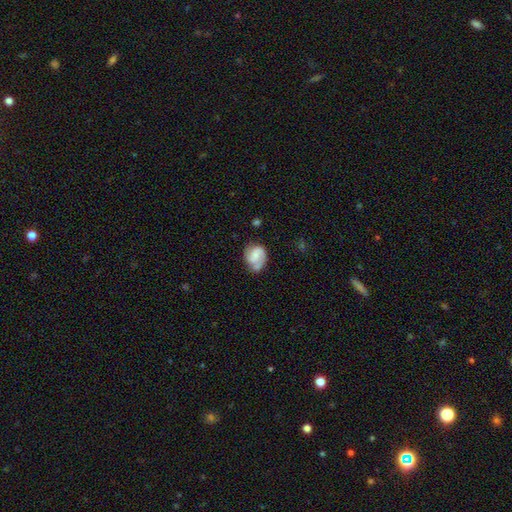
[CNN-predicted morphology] Q: Smooth or featured?
A: featured or disk (63%); runner-up: smooth (30%)
Q: Edge-on disk?
A: no (98%); runner-up: yes (2%)
Q: Bar?
A: weak (44%); runner-up: no (41%)
Q: Spiral arms?
A: yes (91%); runner-up: no (9%)
Q: Spiral winding?
A: medium (43%); runner-up: tight (35%)
Q: Spiral arm count?
A: 2 (65%); runner-up: 1 (23%)
Q: Bulge size?
A: small (34%); runner-up: none (31%)
Q: Merging?
A: none (56%); runner-up: minor disturbance (28%)